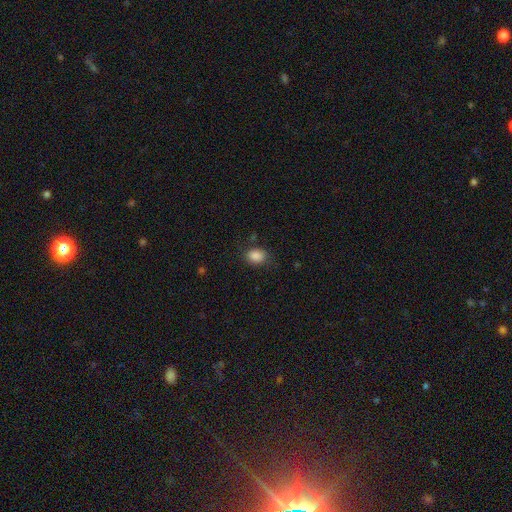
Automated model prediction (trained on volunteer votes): This is clearly a smooth galaxy (86%). How rounded: likely in between (64%). Merging: likely none (78%).